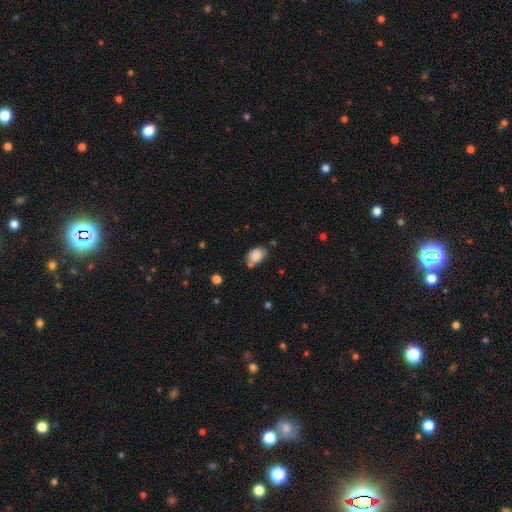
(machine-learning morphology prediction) Smooth or featured? smooth (87%)
How rounded? in between (83%)
Merging? none (66%)